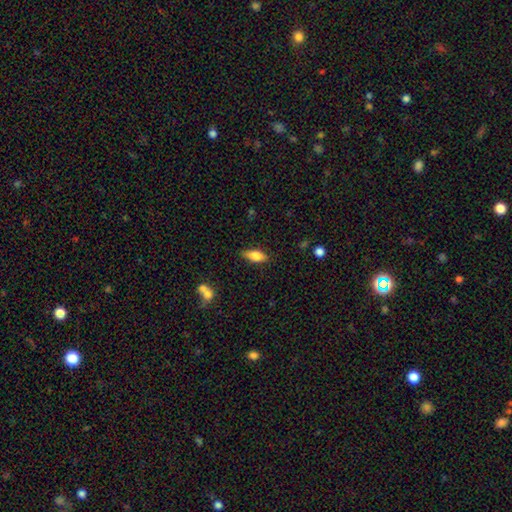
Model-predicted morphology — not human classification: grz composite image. It shows a smooth galaxy with no disk features (74%) that is in between round and cigar-shaped (80%). Merging: none (82%).